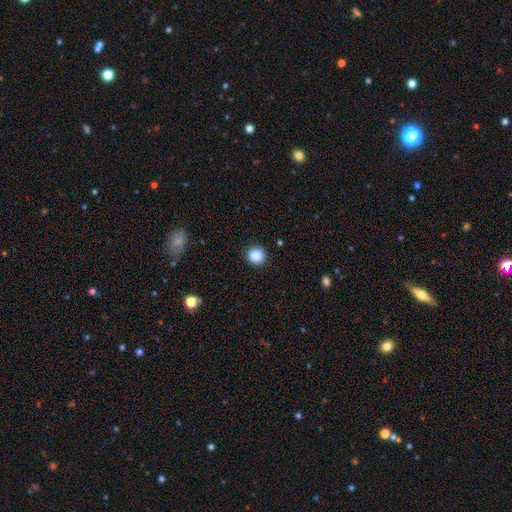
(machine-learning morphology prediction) This is clearly a smooth galaxy (87%). How rounded: clearly round (88%). Merging: clearly none (89%).